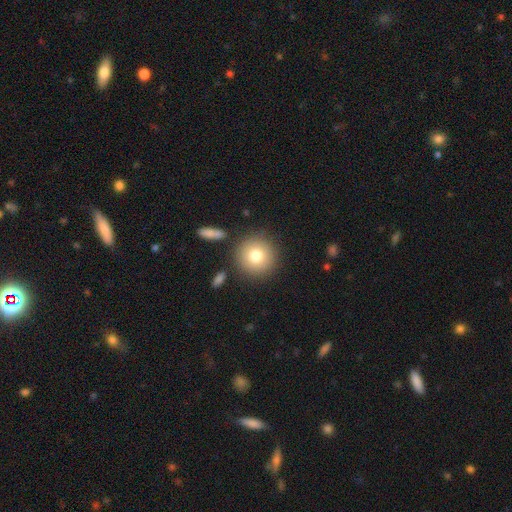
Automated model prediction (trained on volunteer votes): A smooth galaxy with no disk features (78%) that is round (94%). Merging: none (85%).